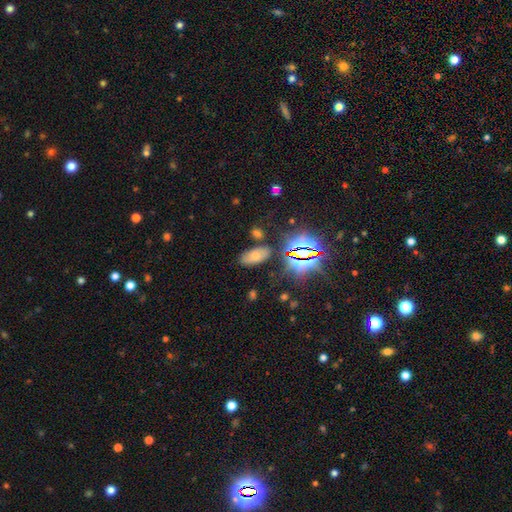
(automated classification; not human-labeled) A smooth galaxy with no disk features (56%) that is in between round and cigar-shaped (91%). Merging: none (76%).